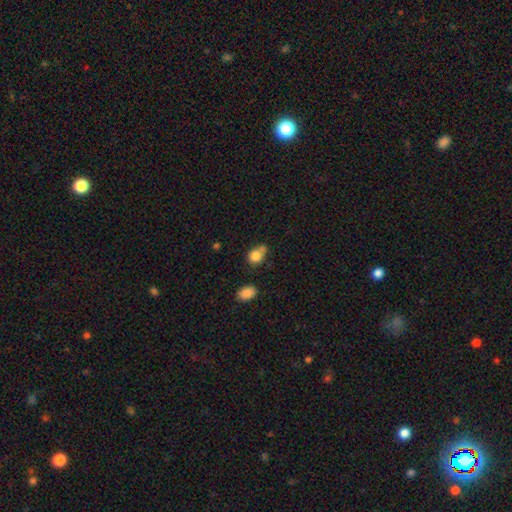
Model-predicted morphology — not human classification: Smooth or featured? smooth (81%)
How rounded? round (58%)
Merging? none (40%)